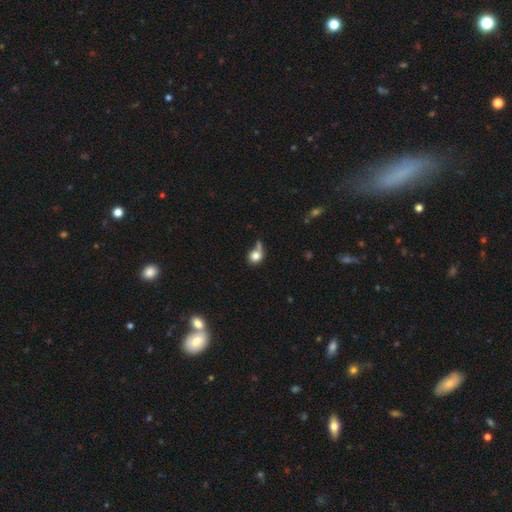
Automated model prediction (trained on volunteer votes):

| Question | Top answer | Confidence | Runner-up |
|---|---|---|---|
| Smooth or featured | smooth | 78% | featured or disk (12%) |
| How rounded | round | 71% | in between (28%) |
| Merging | none | 38% | minor disturbance (22%) |